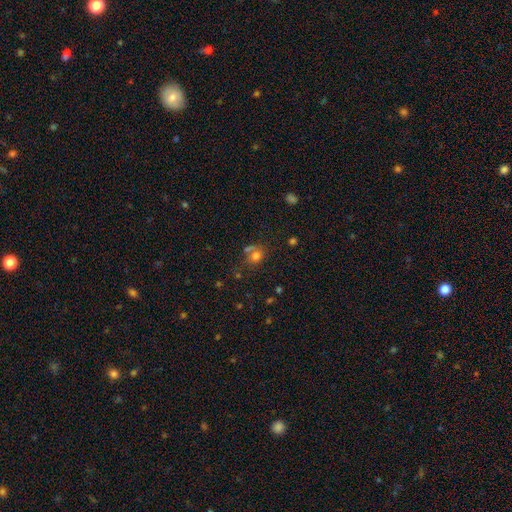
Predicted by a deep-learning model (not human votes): A smooth galaxy with no disk features (73%) that is round (62%). Merging: none (53%).